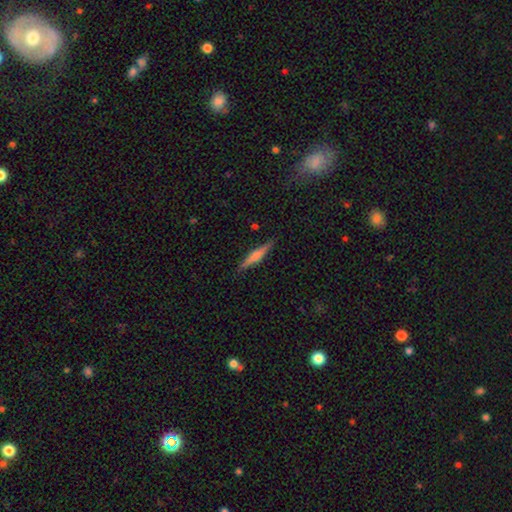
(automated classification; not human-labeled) A featured or disk galaxy (51%) viewed edge-on (97%). Merging: none (88%).